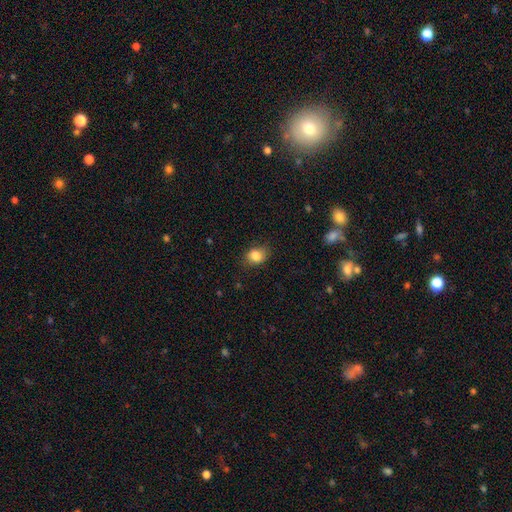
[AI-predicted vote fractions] smooth_or_featured: smooth (p=0.84) [alt: star or artifact p=0.09]
how_rounded: in between (p=0.57) [alt: round p=0.42]
merging: none (p=0.77) [alt: minor disturbance p=0.17]